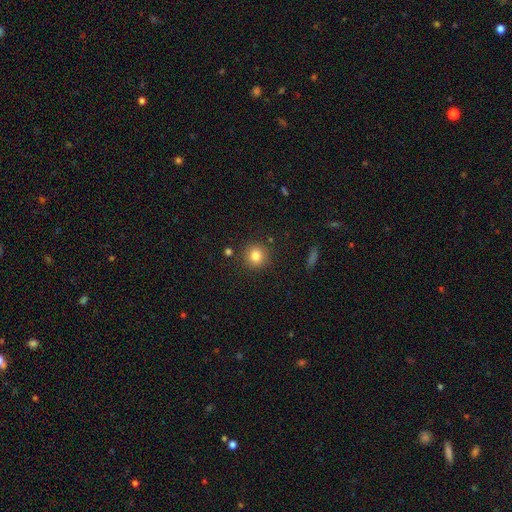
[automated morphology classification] smooth-or-featured: smooth: 82% | star or artifact: 11% | featured or disk: 7%
  how-rounded: round: 92% | in between: 7% | cigar-shaped: 1%
  merging: none: 88% | minor disturbance: 7% | merger: 3% | major disturbance: 2%